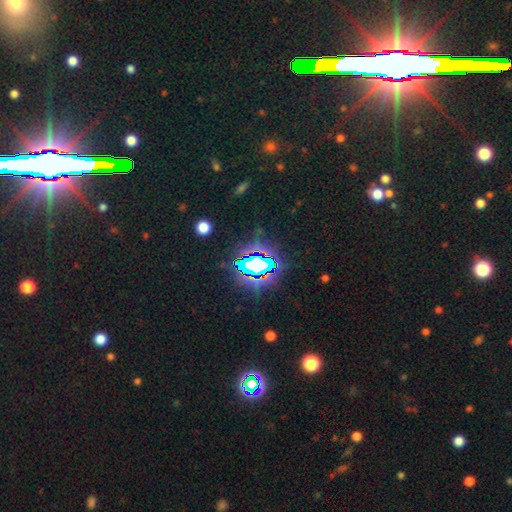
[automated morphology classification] This appears to be a star or artifact, not a galaxy (77%).